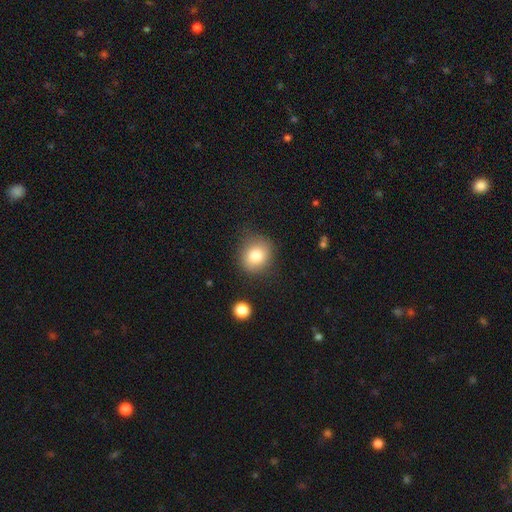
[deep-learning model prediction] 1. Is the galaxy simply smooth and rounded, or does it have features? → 80% smooth, 10% star or artifact, 9% featured or disk.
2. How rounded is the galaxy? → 81% round, 18% in between, 1% cigar-shaped.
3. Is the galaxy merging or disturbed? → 80% none, 14% minor disturbance, 4% major disturbance, 2% merger.